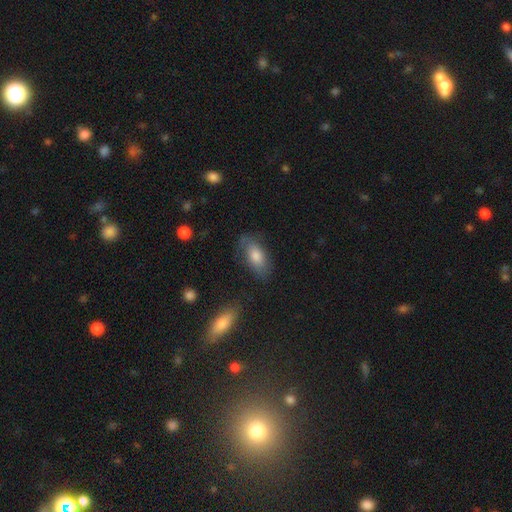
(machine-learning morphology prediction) Smooth or featured? Predicted: smooth (p=0.73). How rounded? Predicted: in between (p=0.89). Merging? Predicted: none (p=0.67).